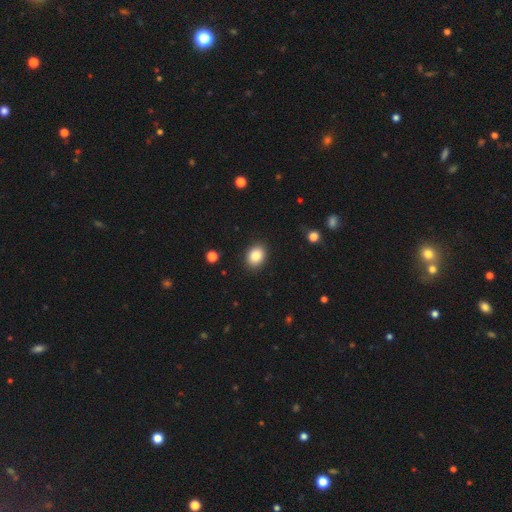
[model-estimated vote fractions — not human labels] Smooth or featured: smooth — 87% (star or artifact — 9%)
How rounded: in between — 59% (round — 40%)
Merging: none — 89% (minor disturbance — 8%)